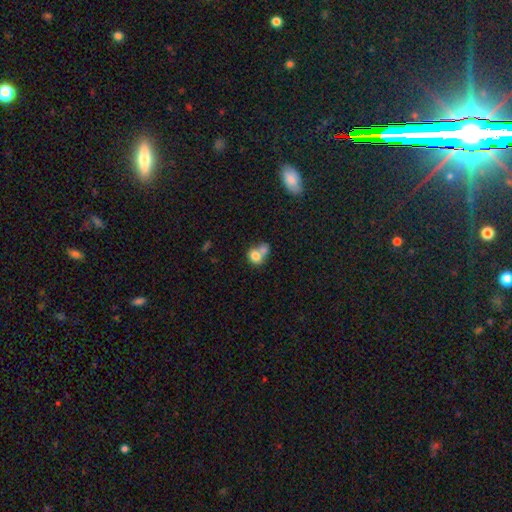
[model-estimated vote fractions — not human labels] A smooth galaxy with no disk features (77%) that is round (54%).

Vote fractions:
- Smooth or featured? smooth: 77% / featured or disk: 14% / star or artifact: 9%
- How rounded? round: 54% / in between: 44% / cigar-shaped: 1%
- Merging? merger: 61% / none: 25% / minor disturbance: 8% / major disturbance: 5%